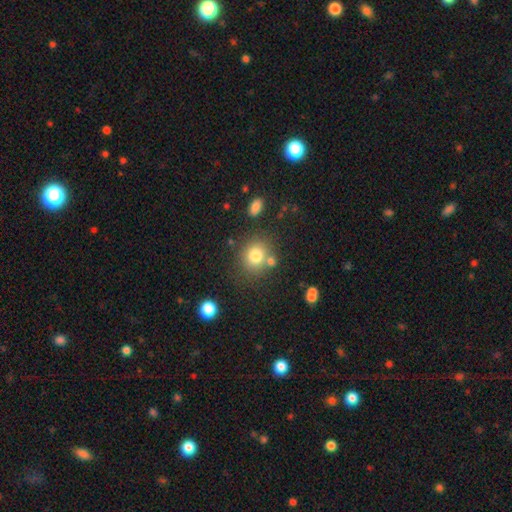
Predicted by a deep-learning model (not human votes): smooth-or-featured: smooth: 79% | star or artifact: 12% | featured or disk: 9%
  how-rounded: round: 75% | in between: 24% | cigar-shaped: 1%
  merging: none: 68% | merger: 15% | minor disturbance: 12% | major disturbance: 5%